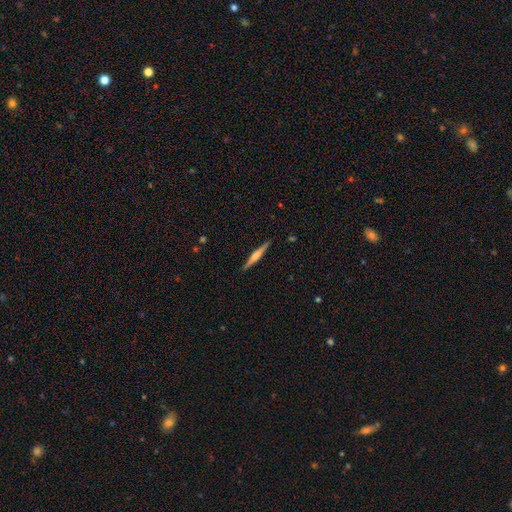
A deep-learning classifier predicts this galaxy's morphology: Smooth or featured: featured or disk — 69% (smooth — 26%)
Edge-on disk: yes — 98% (no — 2%)
Edge-on bulge: rounded — 79% (boxy — 12%)
Merging: none — 91% (minor disturbance — 7%)